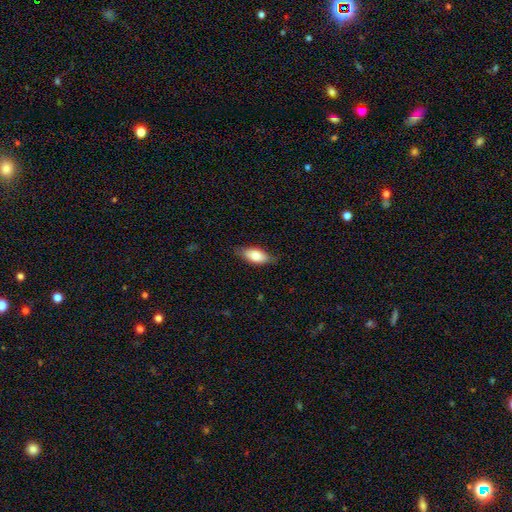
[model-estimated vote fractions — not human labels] Smooth or featured?
  - smooth: 76% *
  - featured or disk: 18%
  - star or artifact: 6%
How rounded?
  - in between: 87% *
  - cigar-shaped: 10%
  - round: 3%
Merging?
  - none: 78% *
  - minor disturbance: 18%
  - major disturbance: 3%
  - merger: 1%